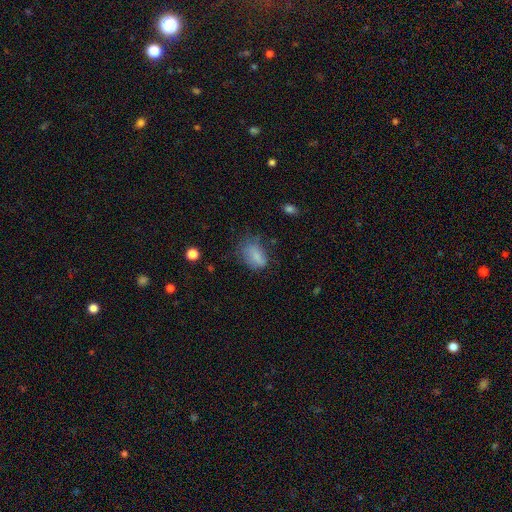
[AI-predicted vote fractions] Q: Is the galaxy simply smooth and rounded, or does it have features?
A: smooth — 74%.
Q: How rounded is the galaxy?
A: in between — 83%.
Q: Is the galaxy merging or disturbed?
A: none — 45%.